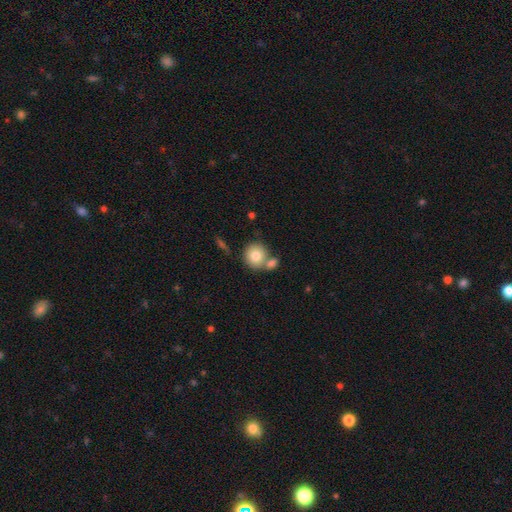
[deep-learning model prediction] The model was most divided on "merging": none: 55%, merger: 32%, minor disturbance: 10%, major disturbance: 3%. More confident: how rounded — round (88%); smooth or featured — smooth (78%).